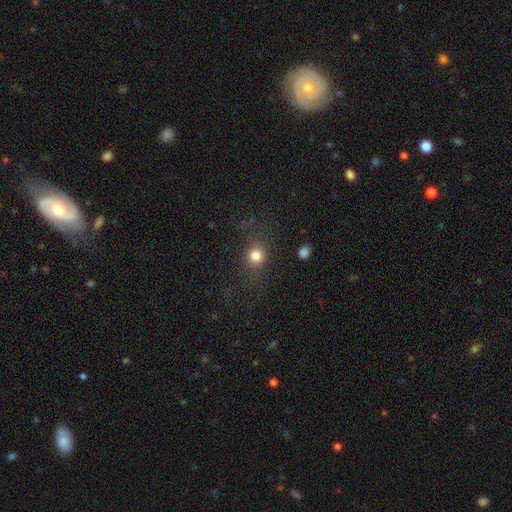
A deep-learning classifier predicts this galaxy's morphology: Q: Smooth or featured?
A: smooth (79%); runner-up: star or artifact (13%)
Q: How rounded?
A: round (75%); runner-up: in between (23%)
Q: Merging?
A: none (74%); runner-up: minor disturbance (14%)